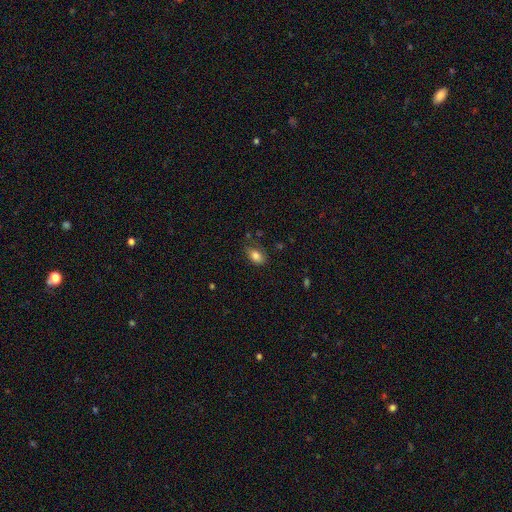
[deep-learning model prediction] A smooth galaxy with no disk features (84%) that is in between round and cigar-shaped (86%). Merging: none (75%).